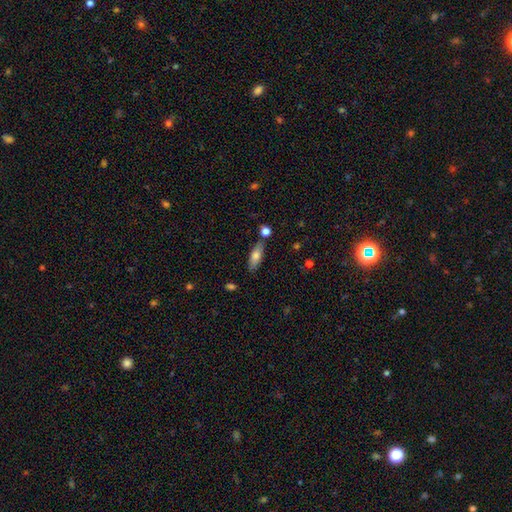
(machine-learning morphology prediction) Smooth or featured?
  - smooth: 72% *
  - featured or disk: 21%
  - star or artifact: 7%
How rounded?
  - in between: 60% *
  - cigar-shaped: 37%
  - round: 3%
Merging?
  - none: 76% *
  - minor disturbance: 13%
  - merger: 7%
  - major disturbance: 3%